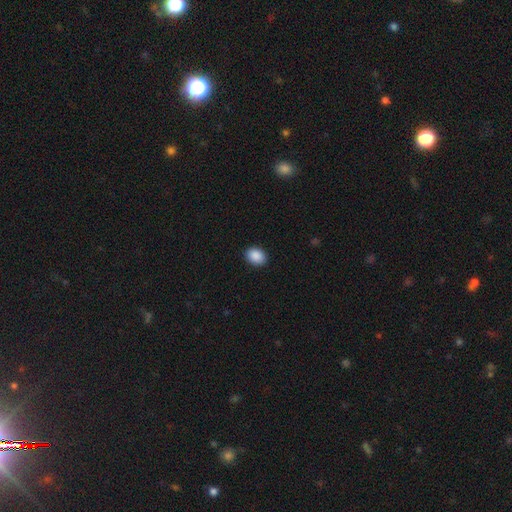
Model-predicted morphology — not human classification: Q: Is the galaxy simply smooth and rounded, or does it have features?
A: smooth — 90%.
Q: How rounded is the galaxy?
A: in between — 67%.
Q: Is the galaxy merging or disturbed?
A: none — 91%.